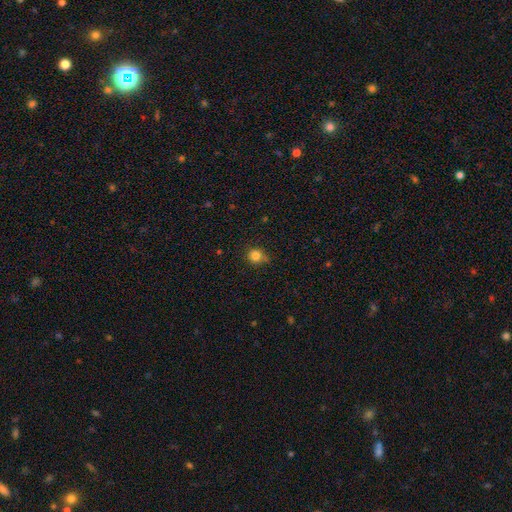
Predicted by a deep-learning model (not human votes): The model was most divided on "merging": none: 72%, minor disturbance: 20%, major disturbance: 4%, merger: 4%. More confident: how rounded — round (89%); smooth or featured — smooth (83%).